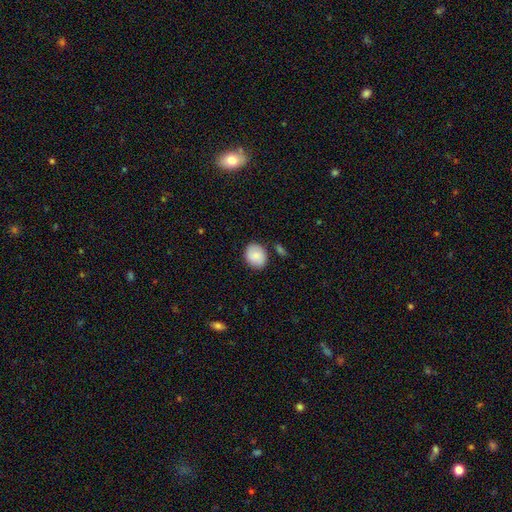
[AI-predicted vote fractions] Smooth or featured?
  - smooth: 85% *
  - featured or disk: 8%
  - star or artifact: 7%
How rounded?
  - round: 61% *
  - in between: 38%
  - cigar-shaped: 1%
Merging?
  - none: 82% *
  - minor disturbance: 12%
  - merger: 4%
  - major disturbance: 3%